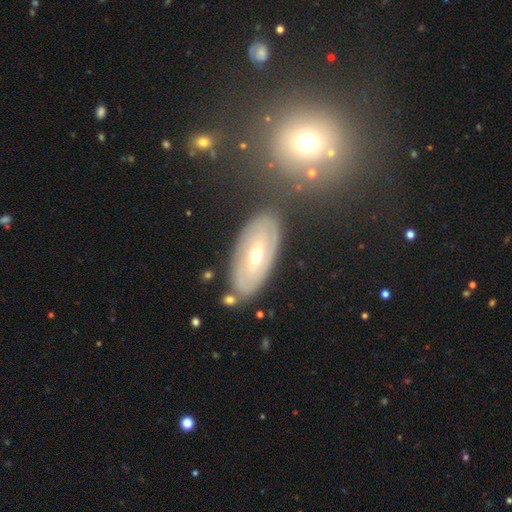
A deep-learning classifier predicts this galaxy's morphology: A featured or disk galaxy (67%) with no bar (59%), spiral arms (64%) and a moderate central bulge (59%).

Vote fractions:
- Smooth or featured? featured or disk: 67% / smooth: 24% / star or artifact: 9%
- Edge-on disk? no: 88% / yes: 12%
- Bar? no: 59% / weak: 30% / strong: 10%
- Spiral arms? yes: 64% / no: 36%
- Bulge size? moderate: 59% / small: 37% / large: 2% / dominant: 1% / none: 1%
- Merging? none: 81% / minor disturbance: 12% / merger: 3% / major disturbance: 3%